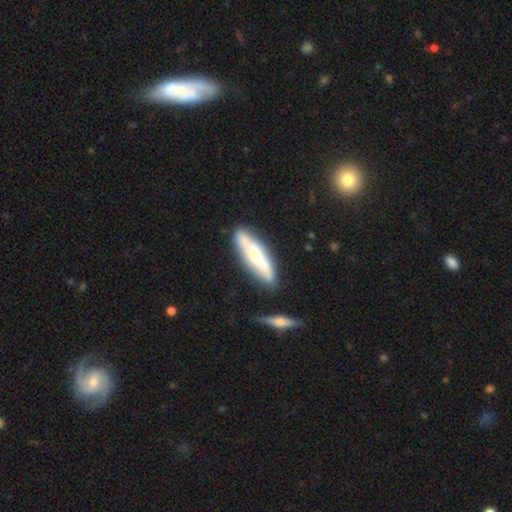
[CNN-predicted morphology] This appears to be a smooth galaxy with no disk features (51%) that is cigar-shaped (67%). Merging: none (68%).